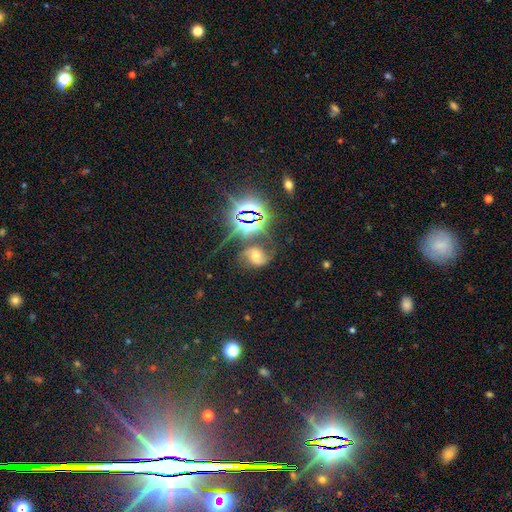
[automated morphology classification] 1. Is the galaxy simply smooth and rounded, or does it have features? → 46% featured or disk, 34% star or artifact, 21% smooth.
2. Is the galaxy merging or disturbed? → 60% none, 19% minor disturbance, 15% major disturbance, 6% merger.